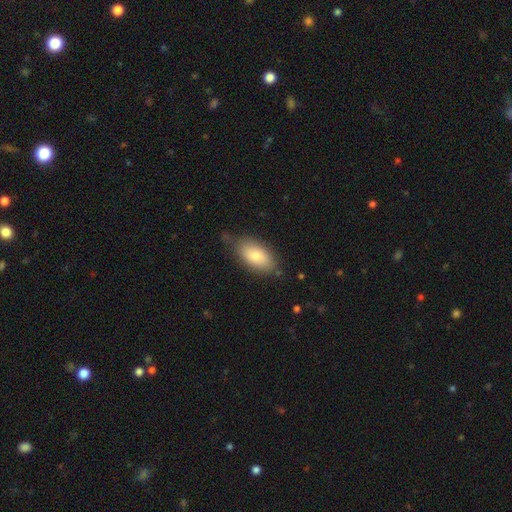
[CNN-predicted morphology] type=smooth (79%); roundness=in between (93%); merging=none (69%).